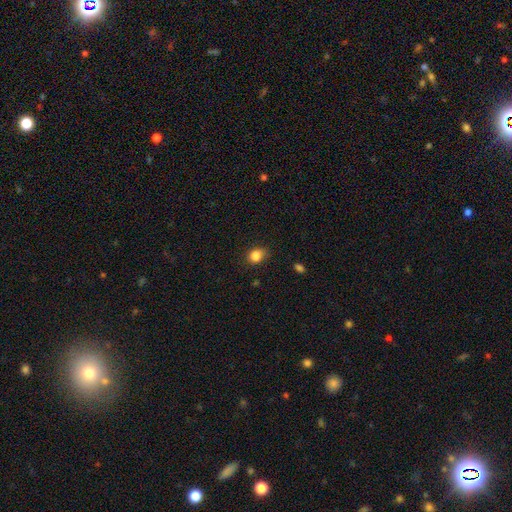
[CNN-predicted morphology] smooth 85%, star or artifact 10%, featured or disk 5%. Down the decision tree: how rounded — round (50%); merging — none (70%).